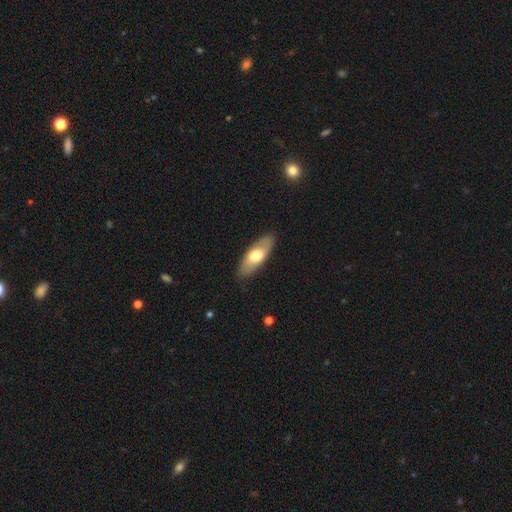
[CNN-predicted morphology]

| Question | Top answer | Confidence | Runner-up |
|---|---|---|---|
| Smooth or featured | smooth | 62% | featured or disk (33%) |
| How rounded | in between | 70% | cigar-shaped (27%) |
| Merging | none | 86% | minor disturbance (11%) |